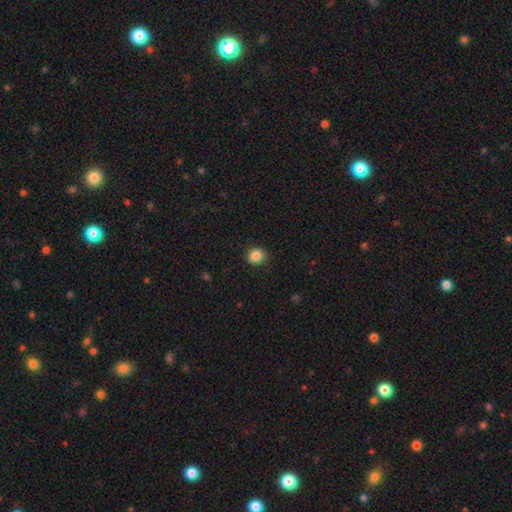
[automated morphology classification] Smooth or featured: smooth — 86% (star or artifact — 10%)
How rounded: round — 84% (in between — 16%)
Merging: none — 88% (minor disturbance — 8%)